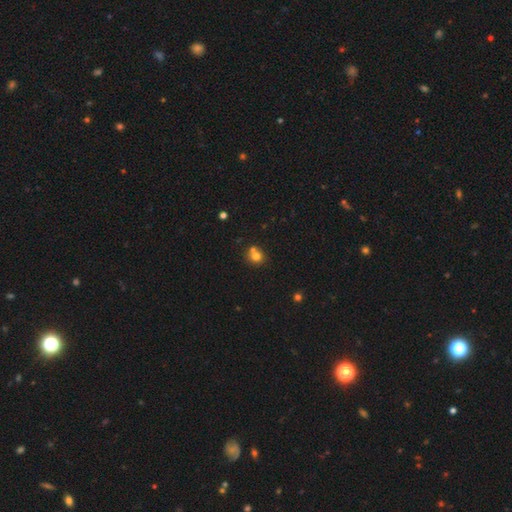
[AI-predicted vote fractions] A smooth galaxy with no disk features (74%) that is round (82%). Merging: none (48%).